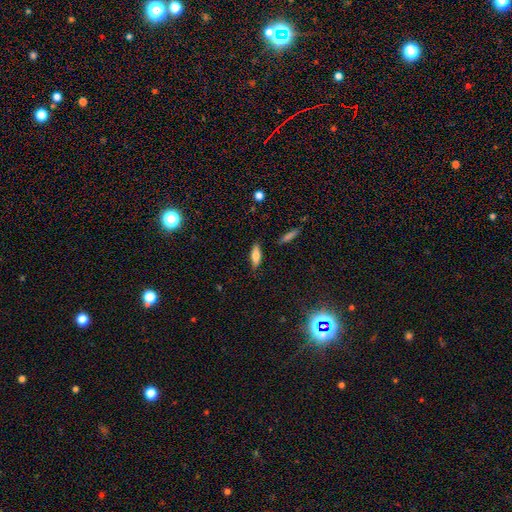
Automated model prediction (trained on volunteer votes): Smooth or featured?
  - smooth: 75% *
  - featured or disk: 17%
  - star or artifact: 8%
How rounded?
  - in between: 59% *
  - cigar-shaped: 38%
  - round: 2%
Merging?
  - none: 83% *
  - minor disturbance: 13%
  - major disturbance: 3%
  - merger: 2%